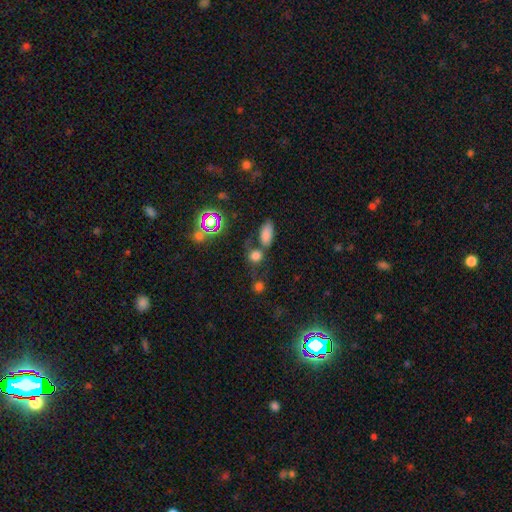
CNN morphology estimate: type=smooth (69%); roundness=round (64%); merging=none (53%).